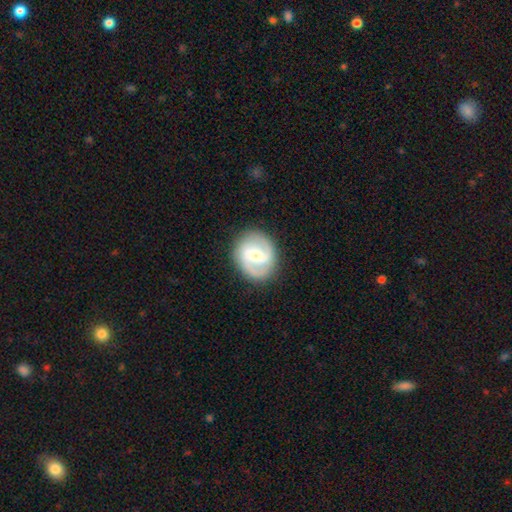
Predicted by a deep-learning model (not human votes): This is likely a featured or disk galaxy (75%). It is clearly not viewed edge-on (97%). Bar: possibly weak (47%). Spiral arm pattern: clearly yes (89%). Spiral arm count: clearly 2 (86%). Spiral winding: possibly medium (48%). Central bulge: possibly small (50%). Merging: clearly none (84%).